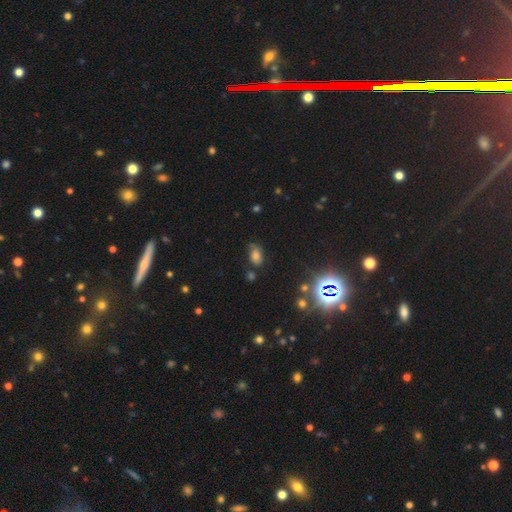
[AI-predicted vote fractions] Q: Smooth or featured?
A: smooth (65%); runner-up: star or artifact (20%)
Q: How rounded?
A: in between (88%); runner-up: round (10%)
Q: Merging?
A: none (59%); runner-up: minor disturbance (27%)